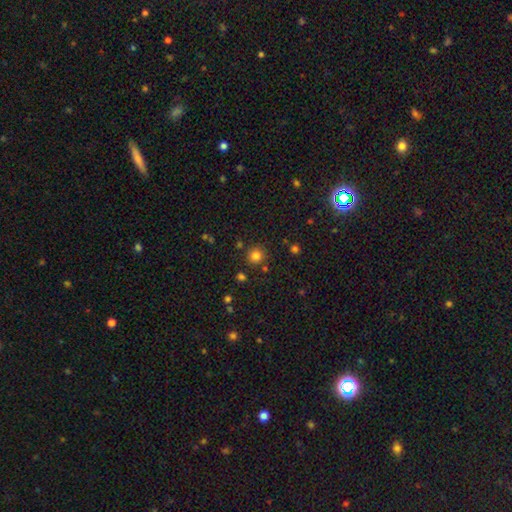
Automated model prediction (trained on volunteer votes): smooth 80%, star or artifact 14%, featured or disk 5%. Down the decision tree: how rounded — round (92%); merging — none (84%).